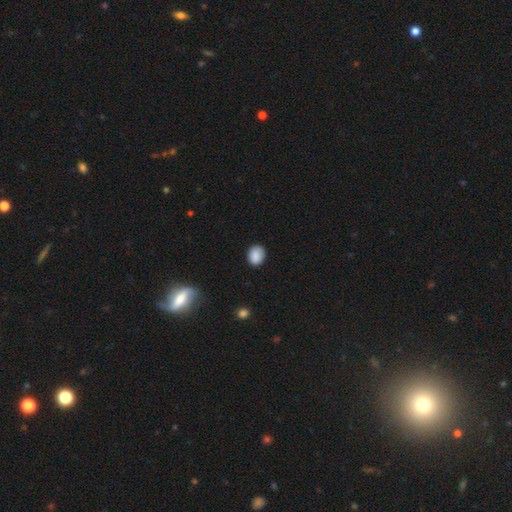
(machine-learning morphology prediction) Smooth or featured? Predicted: smooth (p=0.88). How rounded? Predicted: round (p=0.56). Merging? Predicted: none (p=0.85).